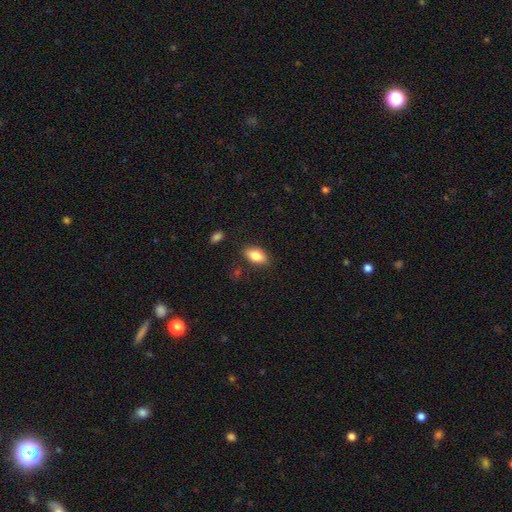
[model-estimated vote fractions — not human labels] A smooth galaxy with no disk features (82%) that is in between round and cigar-shaped (89%). Merging: none (84%).